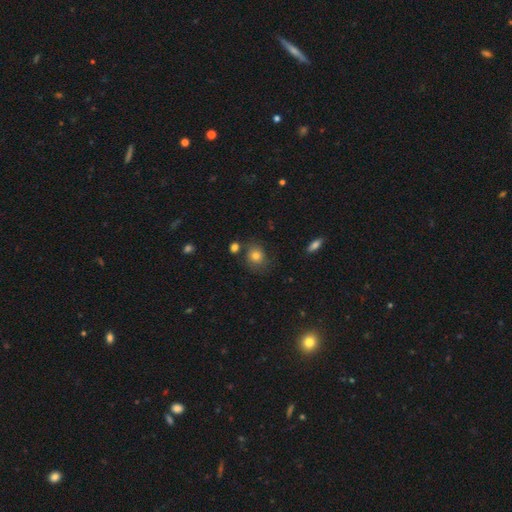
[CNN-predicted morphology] Smooth or featured?
  - smooth: 76% *
  - featured or disk: 12%
  - star or artifact: 11%
How rounded?
  - round: 67% *
  - in between: 32%
  - cigar-shaped: 1%
Merging?
  - none: 70% *
  - minor disturbance: 17%
  - major disturbance: 6%
  - merger: 6%